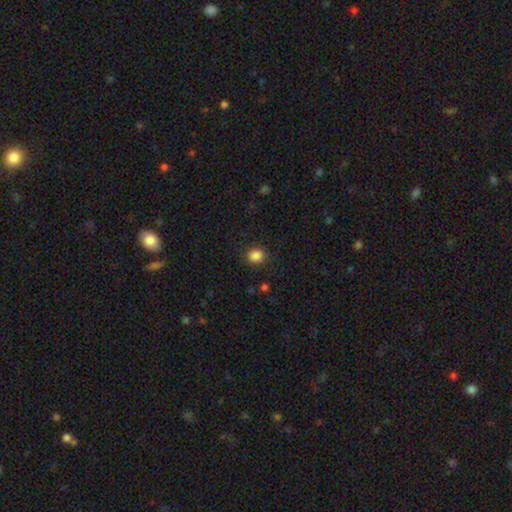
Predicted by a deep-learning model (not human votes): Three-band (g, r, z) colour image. It shows a smooth galaxy with no disk features (86%) that is round (77%). Merging: none (87%).